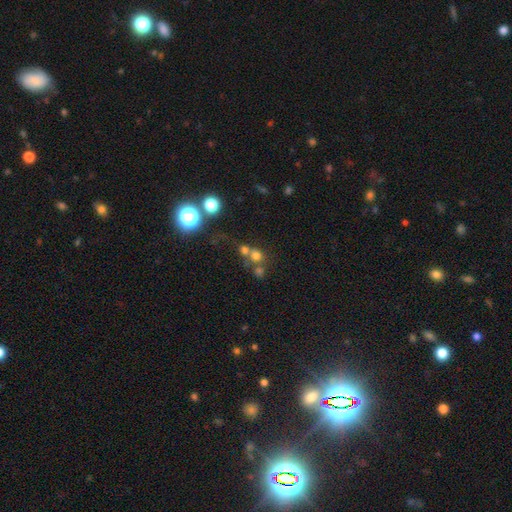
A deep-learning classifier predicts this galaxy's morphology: smooth-or-featured: smooth: 64% | star or artifact: 23% | featured or disk: 13%
  how-rounded: round: 84% | in between: 15% | cigar-shaped: 1%
  merging: none: 44% | merger: 41% | minor disturbance: 8% | major disturbance: 6%